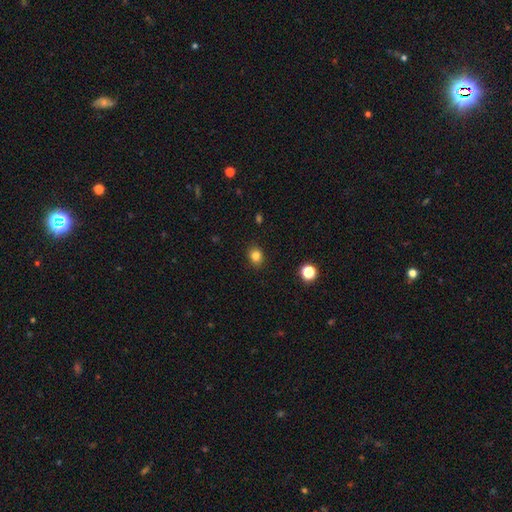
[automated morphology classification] smooth-or-featured: smooth: 82% | star or artifact: 13% | featured or disk: 5%
  how-rounded: round: 59% | in between: 40% | cigar-shaped: 1%
  merging: none: 87% | minor disturbance: 9% | major disturbance: 2% | merger: 1%